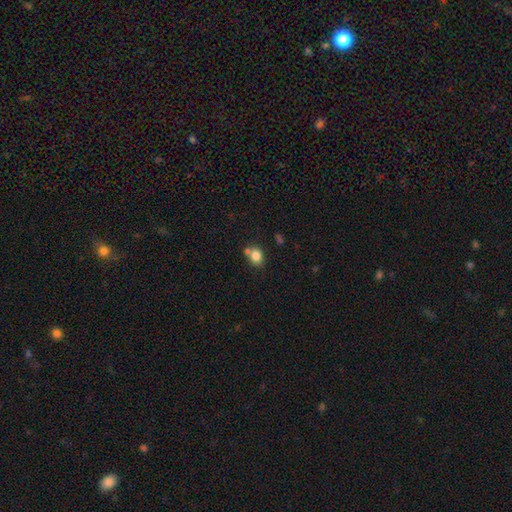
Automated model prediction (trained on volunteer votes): A smooth galaxy with no disk features (82%) that is in between round and cigar-shaped (53%). Merging: none (57%).